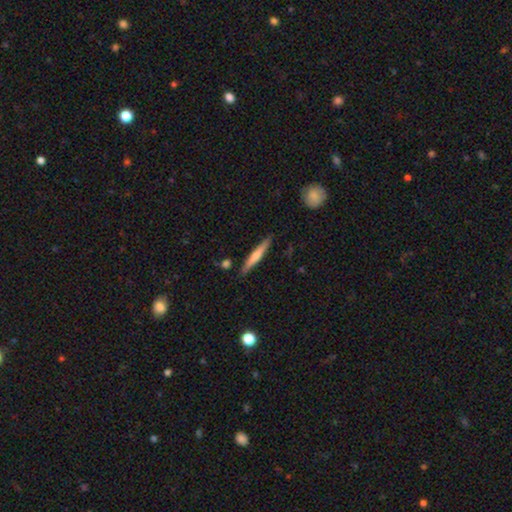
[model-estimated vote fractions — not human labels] This is possibly a smooth galaxy (56%). How rounded: clearly cigar-shaped (93%). Merging: clearly none (87%).